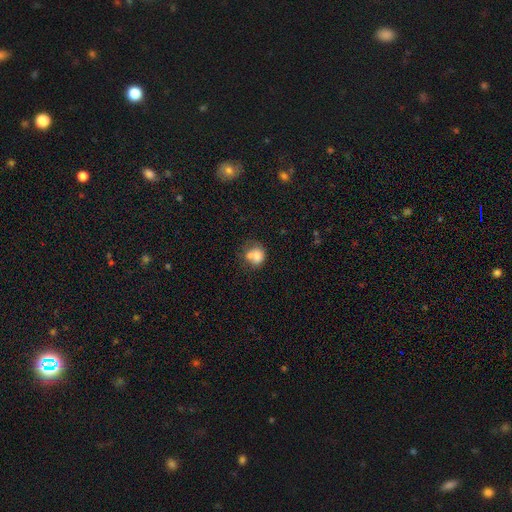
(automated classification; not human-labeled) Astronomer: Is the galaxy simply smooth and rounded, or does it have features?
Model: smooth — 71%.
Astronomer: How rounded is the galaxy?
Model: round — 65%.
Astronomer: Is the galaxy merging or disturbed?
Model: merger — 45% (runner-up: none, 31%).